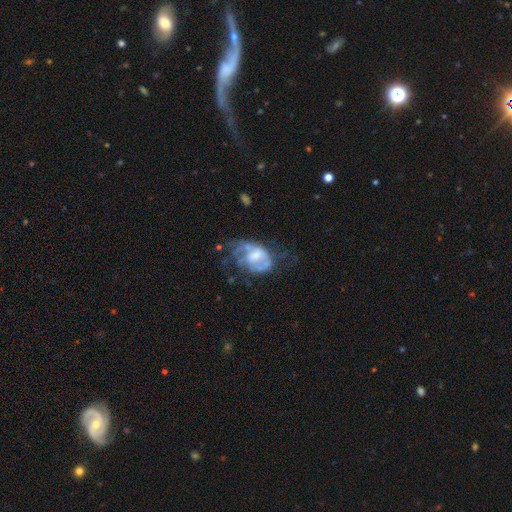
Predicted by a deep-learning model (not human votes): The model was most divided on "merging": major disturbance: 36%, none: 33%, minor disturbance: 24%, merger: 7%. Remaining: edge-on disk — no (97%); smooth or featured — featured or disk (69%); spiral arms — yes (58%); bar — no (52%); bulge size — moderate (46%).